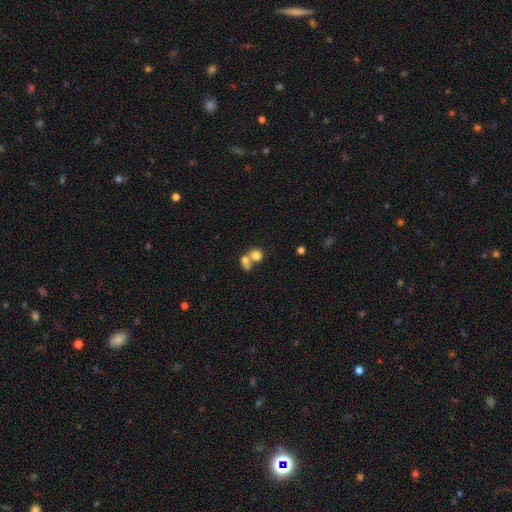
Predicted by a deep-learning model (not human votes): Smooth or featured? smooth (74%)
How rounded? round (68%)
Merging? merger (62%)